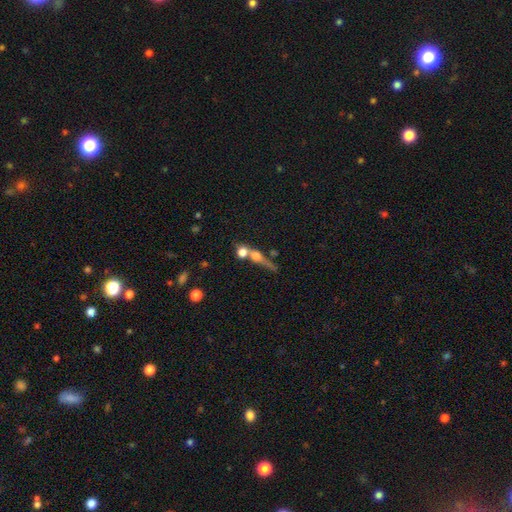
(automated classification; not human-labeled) Smooth or featured: smooth — 47% (featured or disk — 38%)
Merging: merger — 41% (none — 38%)